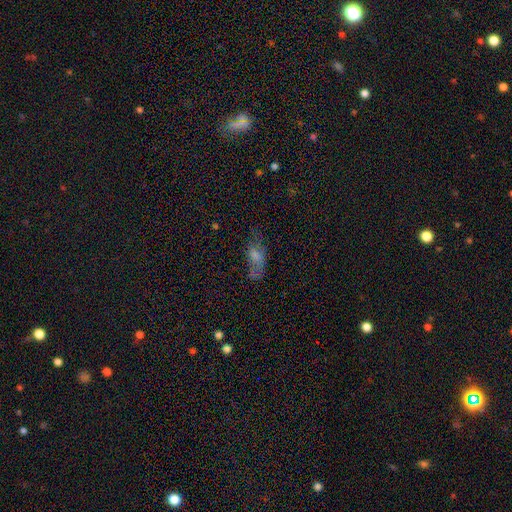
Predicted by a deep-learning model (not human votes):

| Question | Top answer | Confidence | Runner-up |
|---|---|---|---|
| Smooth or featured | smooth | 49% | featured or disk (34%) |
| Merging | none | 45% | minor disturbance (26%) |